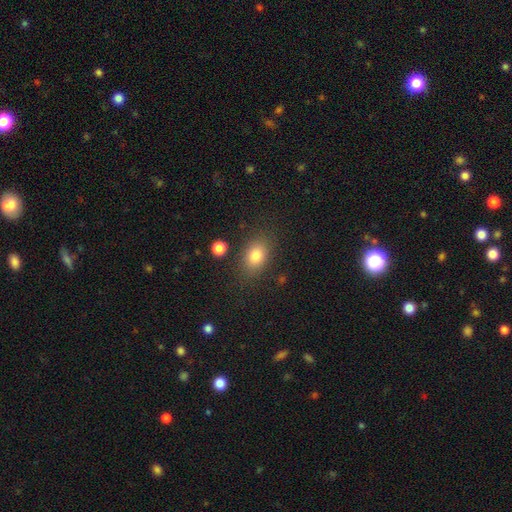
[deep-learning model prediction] A smooth galaxy with no disk features (81%) that is in between round and cigar-shaped (76%).

Vote fractions:
- Smooth or featured? smooth: 81% / star or artifact: 10% / featured or disk: 9%
- How rounded? in between: 76% / round: 22% / cigar-shaped: 2%
- Merging? none: 81% / minor disturbance: 12% / major disturbance: 4% / merger: 3%